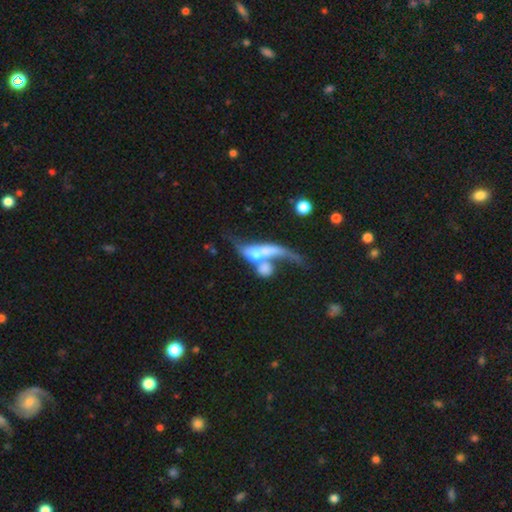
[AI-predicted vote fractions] Overall: featured or disk (51%; smooth 40%). Edge-on disk: no (77%). Merging: merger (64%).